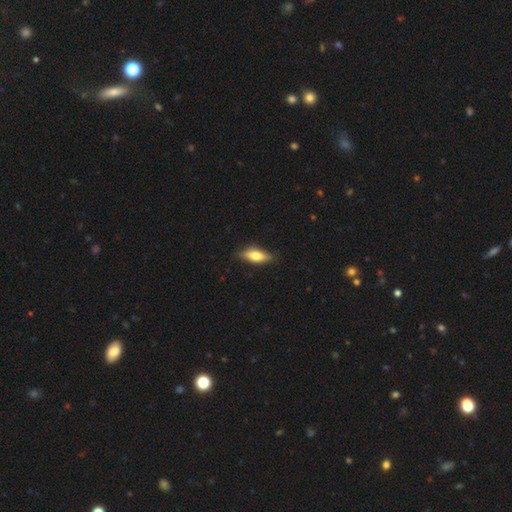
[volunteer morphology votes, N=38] Smooth or featured: smooth — 74% (featured or disk — 21%)
How rounded: in between — 86% (cigar-shaped — 14%)
Merging: none — 75% (minor disturbance — 25%)